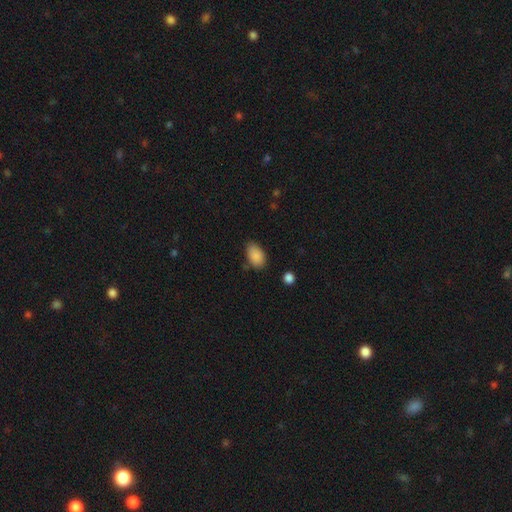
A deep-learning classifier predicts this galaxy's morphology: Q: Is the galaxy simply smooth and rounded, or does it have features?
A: smooth — 88%.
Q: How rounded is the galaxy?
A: in between — 90%.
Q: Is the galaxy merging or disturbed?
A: none — 74%.